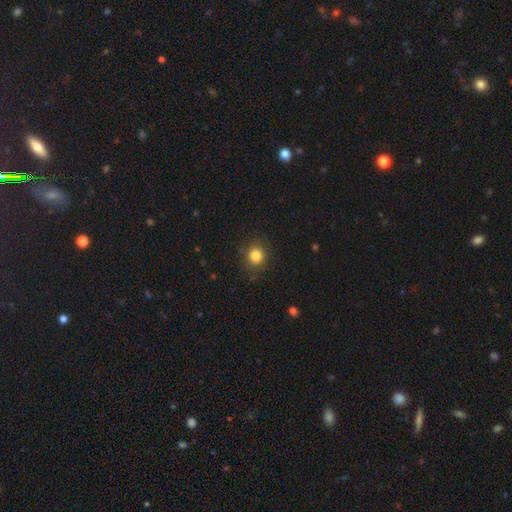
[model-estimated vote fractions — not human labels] smooth 82%, star or artifact 12%, featured or disk 6%. Down the decision tree: how rounded — round (88%); merging — none (87%).